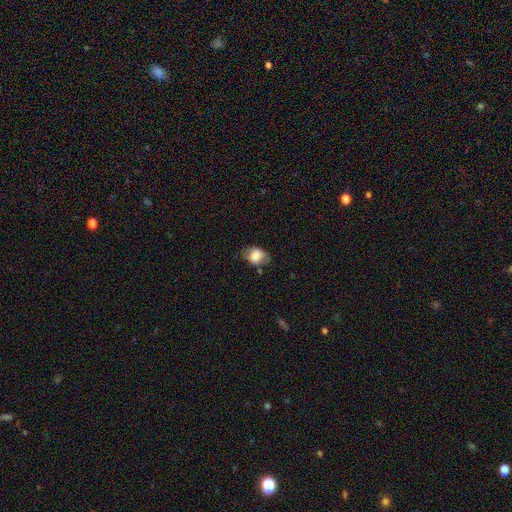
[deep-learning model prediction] Smooth or featured? smooth (74%)
How rounded? in between (74%)
Merging? none (60%)